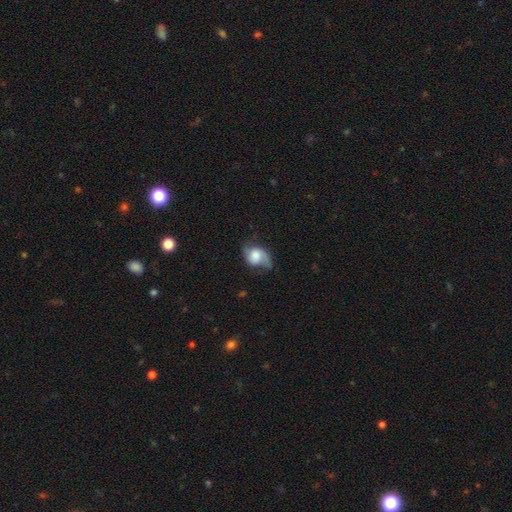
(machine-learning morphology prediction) Smooth or featured: featured or disk — 48% (smooth — 44%)
Merging: none — 45% (minor disturbance — 32%)